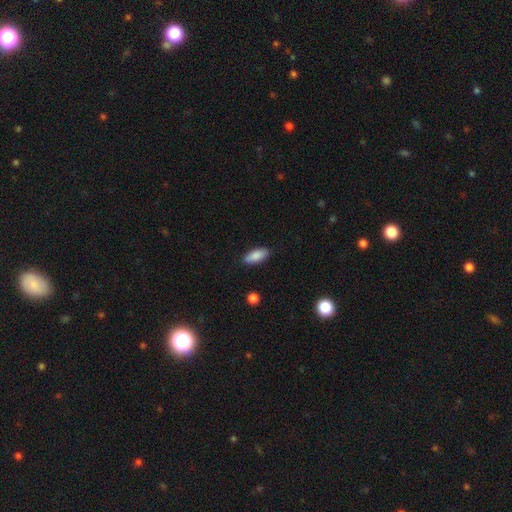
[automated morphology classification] This appears to be a smooth galaxy with no disk features (87%) that is in between round and cigar-shaped (82%). Merging: none (87%).